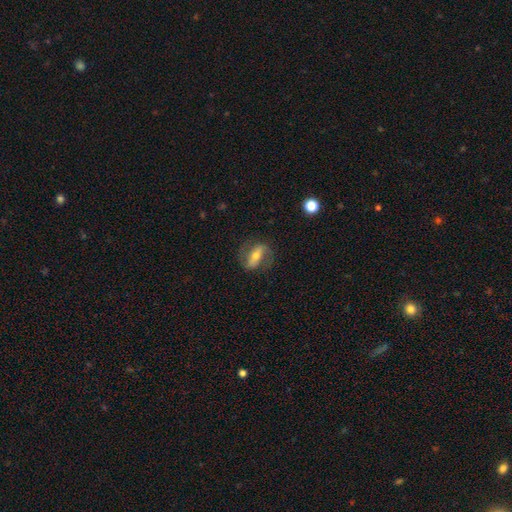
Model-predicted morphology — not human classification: This is likely a featured or disk galaxy (69%). It is clearly not viewed edge-on (88%). Bar: likely strong (60%). Spiral arm pattern: likely yes (78%). Central bulge: possibly moderate (56%). Merging: likely none (76%).